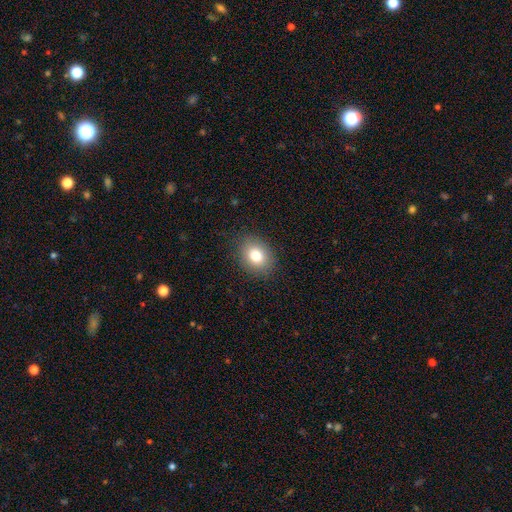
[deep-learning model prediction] Morphology: type=smooth (81%); roundness=in between (55%); merging=none (86%).